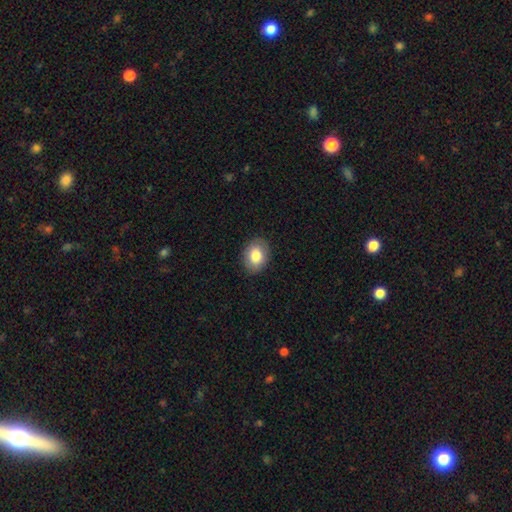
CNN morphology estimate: Smooth or featured? Predicted: smooth (p=0.82). How rounded? Predicted: in between (p=0.67). Merging? Predicted: none (p=0.88).